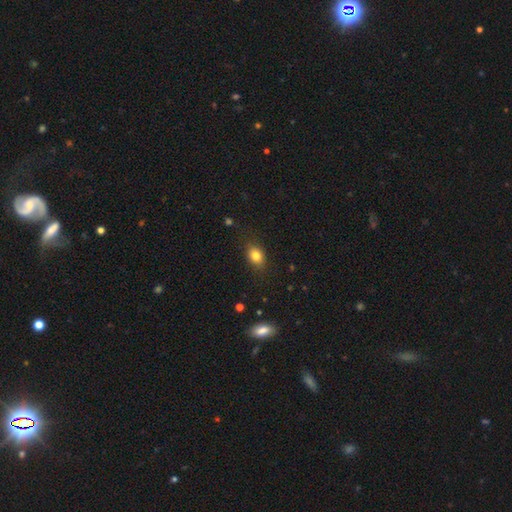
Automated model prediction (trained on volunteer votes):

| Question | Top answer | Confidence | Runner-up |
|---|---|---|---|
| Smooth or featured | smooth | 81% | star or artifact (11%) |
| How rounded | in between | 67% | round (32%) |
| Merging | none | 82% | minor disturbance (13%) |